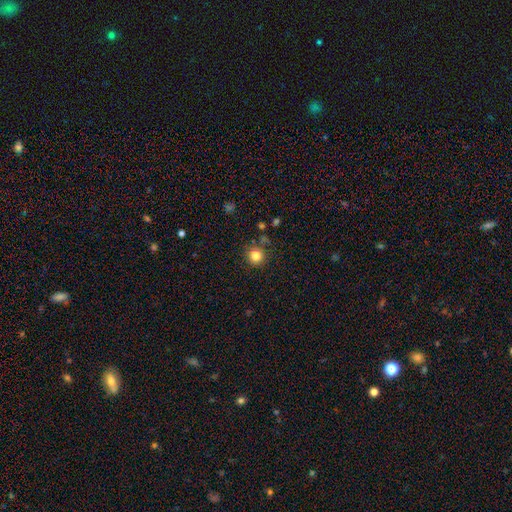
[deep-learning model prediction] A smooth galaxy with no disk features (82%) that is round (94%).

Vote fractions:
- Smooth or featured? smooth: 82% / star or artifact: 12% / featured or disk: 5%
- How rounded? round: 94% / in between: 5% / cigar-shaped: 1%
- Merging? none: 86% / minor disturbance: 8% / merger: 3% / major disturbance: 3%